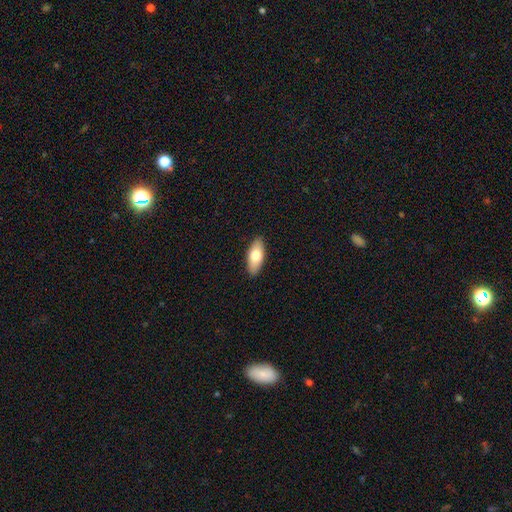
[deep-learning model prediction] This is likely a smooth galaxy (74%). How rounded: clearly in between (84%). Merging: clearly none (90%).